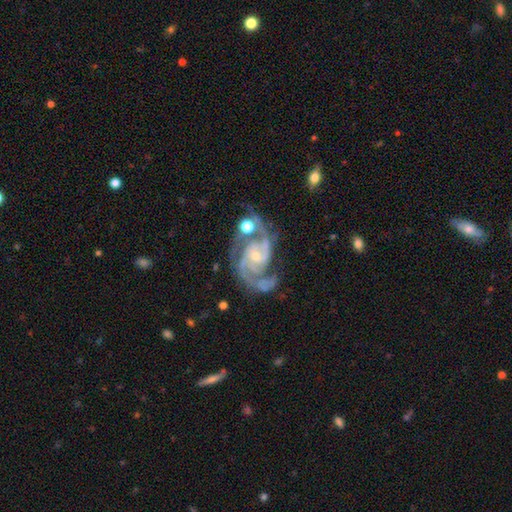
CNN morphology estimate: Smooth or featured? featured or disk (93%)
Edge-on disk? no (98%)
Bar? no (55%)
Spiral arms? yes (99%)
Spiral winding? medium (54%)
Spiral arm count? 2 (69%)
Bulge size? small (73%)
Merging? none (53%)